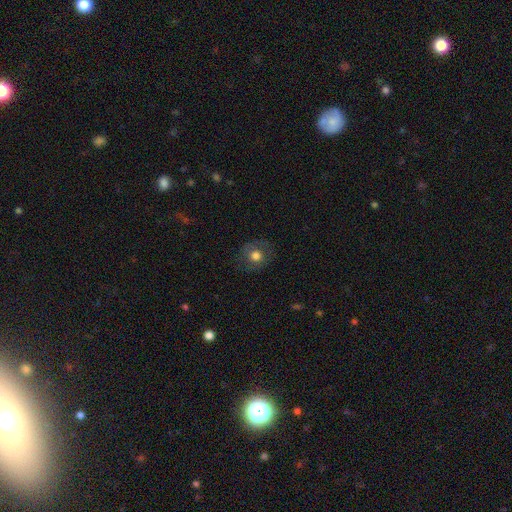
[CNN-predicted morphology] This appears to be a smooth galaxy with no disk features (69%) that is round (82%). Merging: none (79%).